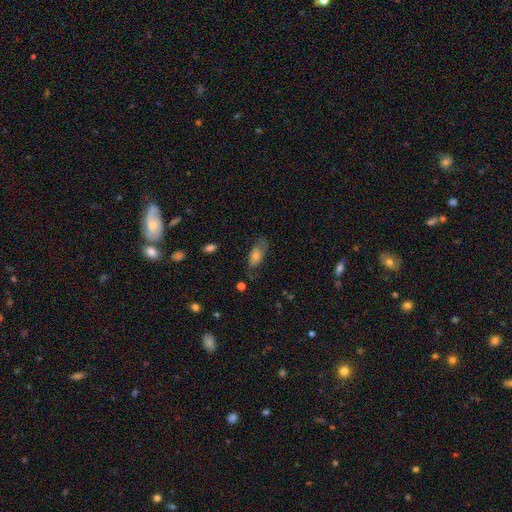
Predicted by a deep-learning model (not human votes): Morphology: type=smooth (48%); merging=none (63%).